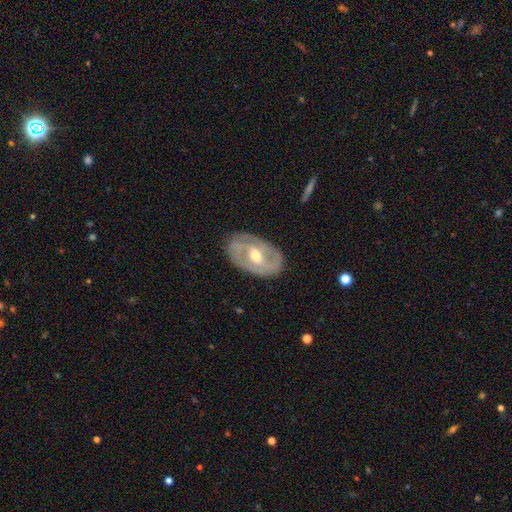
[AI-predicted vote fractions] Q: Smooth or featured?
A: featured or disk (78%); runner-up: smooth (16%)
Q: Edge-on disk?
A: no (93%); runner-up: yes (7%)
Q: Bar?
A: weak (40%); runner-up: no (35%)
Q: Spiral arms?
A: yes (68%); runner-up: no (32%)
Q: Bulge size?
A: moderate (72%); runner-up: small (22%)
Q: Merging?
A: none (80%); runner-up: minor disturbance (15%)